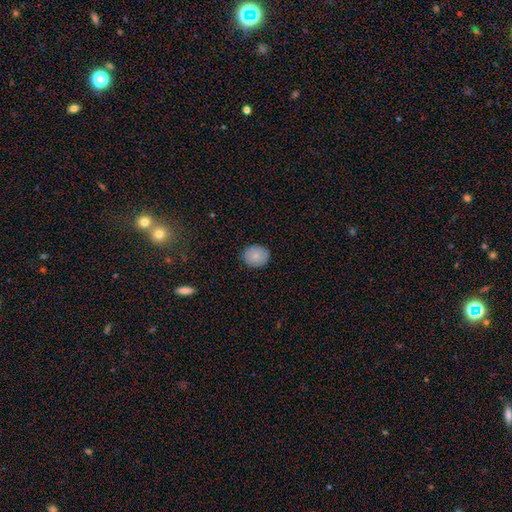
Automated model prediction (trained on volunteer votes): smooth 84%, featured or disk 9%, star or artifact 8%. Down the decision tree: how rounded — round (74%); merging — none (88%).